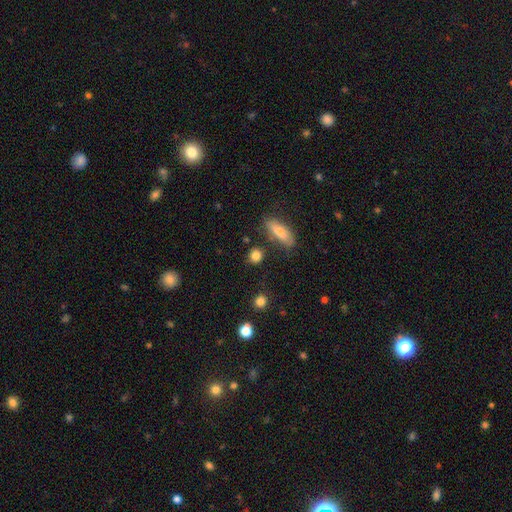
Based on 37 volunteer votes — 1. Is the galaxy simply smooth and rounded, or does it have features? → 97% smooth, 3% star or artifact, 0% featured or disk.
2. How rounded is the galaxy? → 67% round, 25% in between, 8% cigar-shaped.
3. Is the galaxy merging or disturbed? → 83% none, 11% minor disturbance, 3% major disturbance, 3% merger.